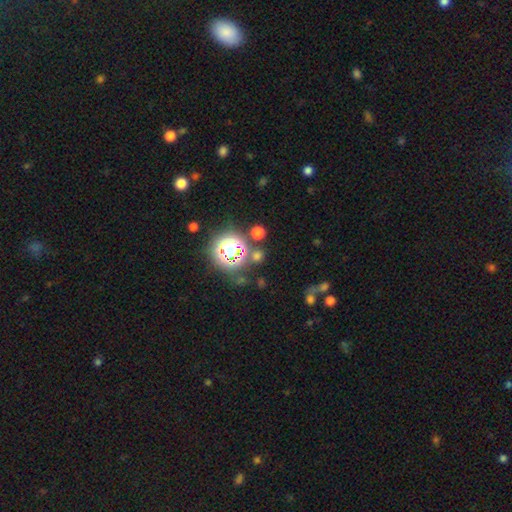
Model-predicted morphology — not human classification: A smooth galaxy with no disk features (52%) that is round (83%).

Vote fractions:
- Smooth or featured? smooth: 52% / star or artifact: 40% / featured or disk: 8%
- How rounded? round: 83% / in between: 16% / cigar-shaped: 2%
- Merging? none: 73% / merger: 12% / minor disturbance: 9% / major disturbance: 5%